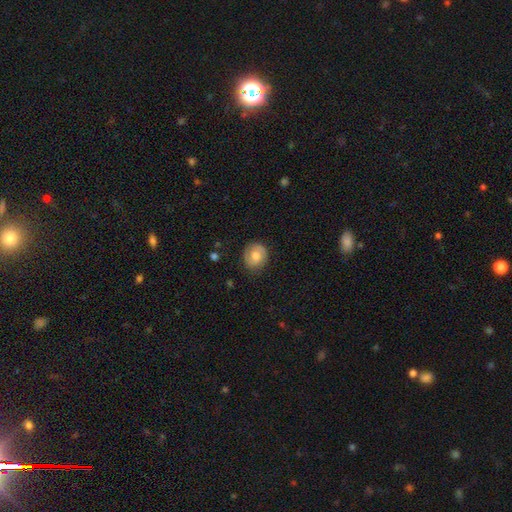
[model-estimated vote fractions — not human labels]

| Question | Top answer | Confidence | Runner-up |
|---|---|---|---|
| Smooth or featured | smooth | 54% | featured or disk (39%) |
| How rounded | round | 76% | in between (23%) |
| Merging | none | 80% | minor disturbance (15%) |